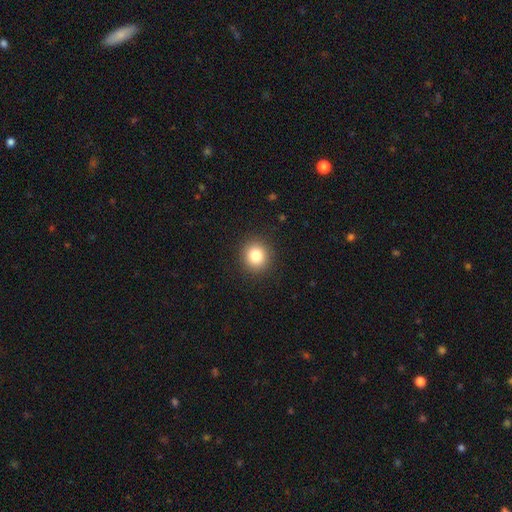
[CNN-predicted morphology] Smooth or featured? smooth (83%)
How rounded? round (89%)
Merging? none (92%)